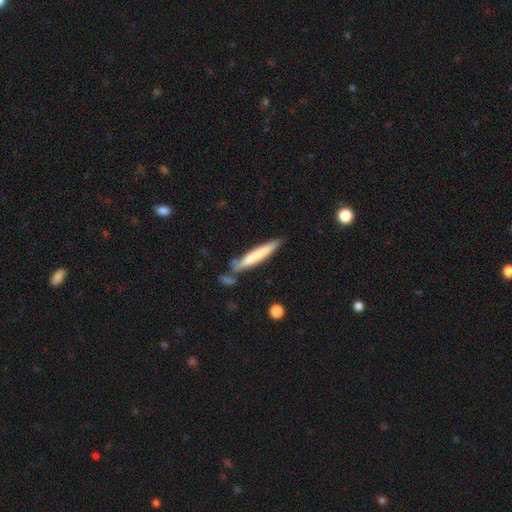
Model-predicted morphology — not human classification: smooth_or_featured: smooth (p=0.67) [alt: featured or disk p=0.27]
how_rounded: cigar-shaped (p=0.93) [alt: in between p=0.06]
merging: none (p=0.67) [alt: minor disturbance p=0.17]